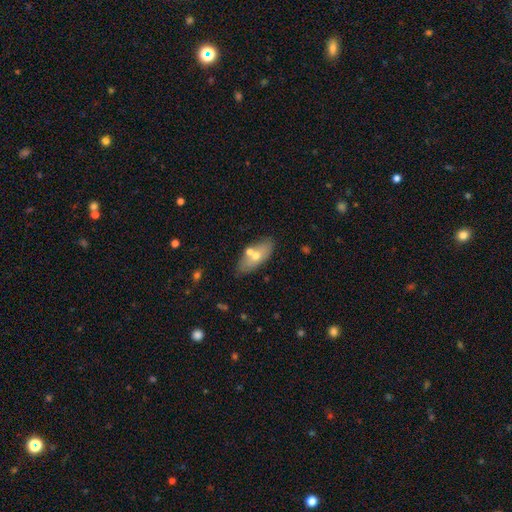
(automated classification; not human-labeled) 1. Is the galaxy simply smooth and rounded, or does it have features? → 63% smooth, 30% featured or disk, 7% star or artifact.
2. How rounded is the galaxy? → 81% in between, 14% cigar-shaped, 4% round.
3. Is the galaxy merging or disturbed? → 70% none, 14% merger, 13% minor disturbance, 3% major disturbance.